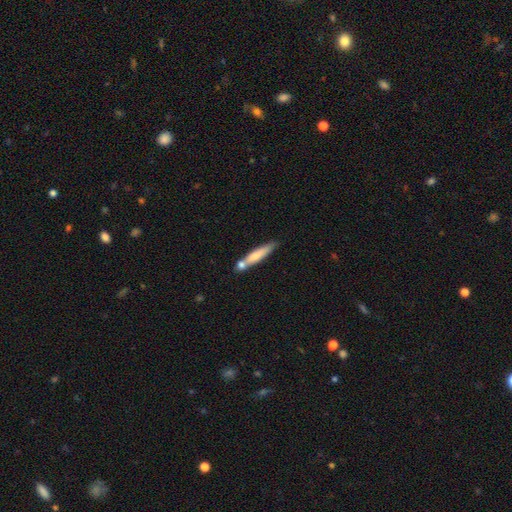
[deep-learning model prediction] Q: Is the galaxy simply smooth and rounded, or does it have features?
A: smooth — 66%.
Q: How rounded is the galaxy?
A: cigar-shaped — 88%.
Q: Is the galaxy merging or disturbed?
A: none — 55%.